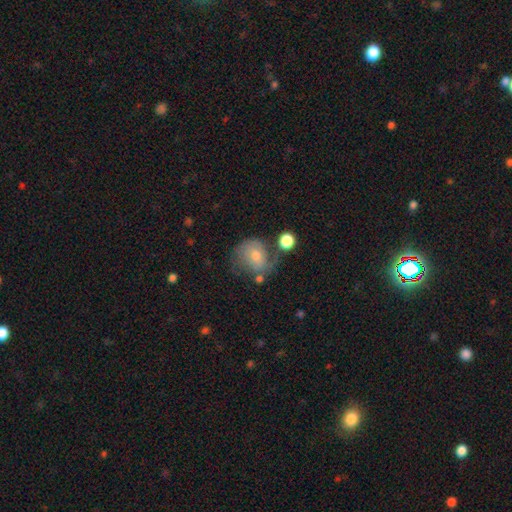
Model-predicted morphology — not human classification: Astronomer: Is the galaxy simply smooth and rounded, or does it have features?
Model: smooth — 46% (runner-up: featured or disk, 43%).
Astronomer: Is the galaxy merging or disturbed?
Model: none — 50%.